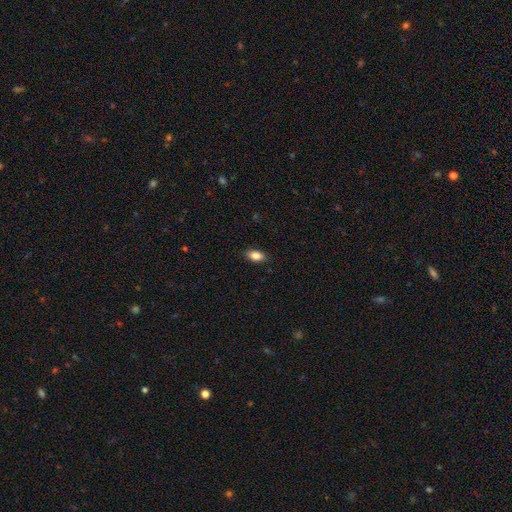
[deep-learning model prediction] The model was most divided on "merging": none: 88%, minor disturbance: 9%, major disturbance: 2%, merger: 1%. More confident: how rounded — in between (90%); smooth or featured — smooth (86%).